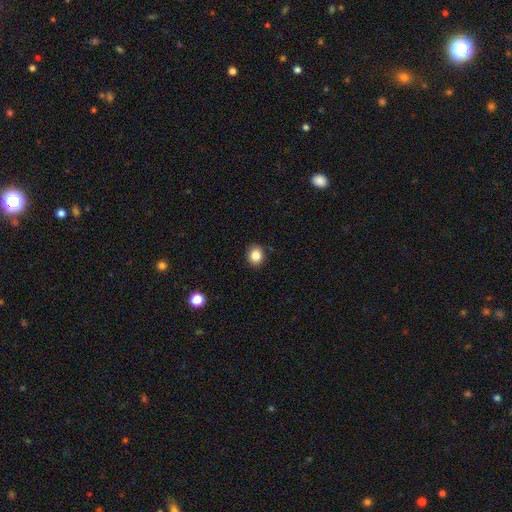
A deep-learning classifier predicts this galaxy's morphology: Q: Smooth or featured?
A: smooth (85%); runner-up: star or artifact (10%)
Q: How rounded?
A: round (73%); runner-up: in between (27%)
Q: Merging?
A: none (89%); runner-up: minor disturbance (8%)